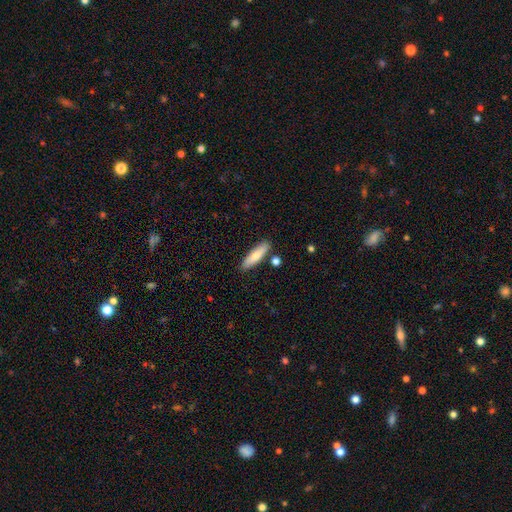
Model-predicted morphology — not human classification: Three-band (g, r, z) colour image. It shows a smooth galaxy with no disk features (73%) that is cigar-shaped (67%). Merging: none (84%).